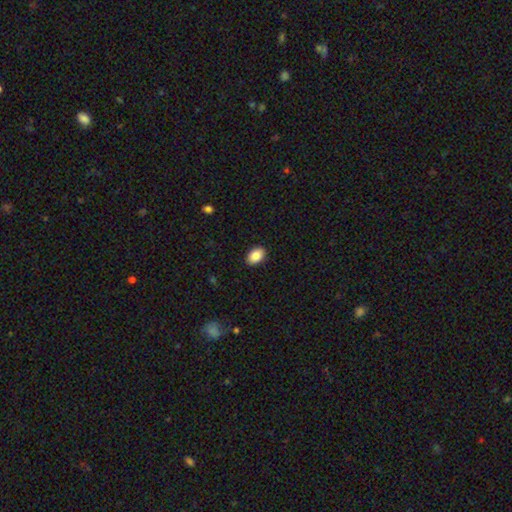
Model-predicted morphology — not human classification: type=smooth (88%); roundness=in between (85%); merging=none (90%).